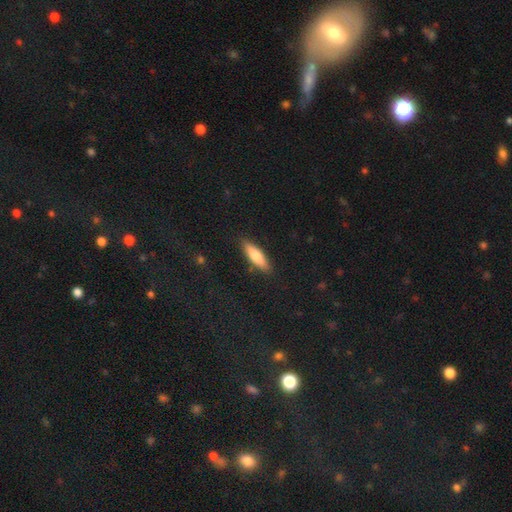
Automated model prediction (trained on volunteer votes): smooth_or_featured: smooth (p=0.69) [alt: featured or disk p=0.24]
how_rounded: cigar-shaped (p=0.59) [alt: in between p=0.40]
merging: none (p=0.87) [alt: minor disturbance p=0.10]